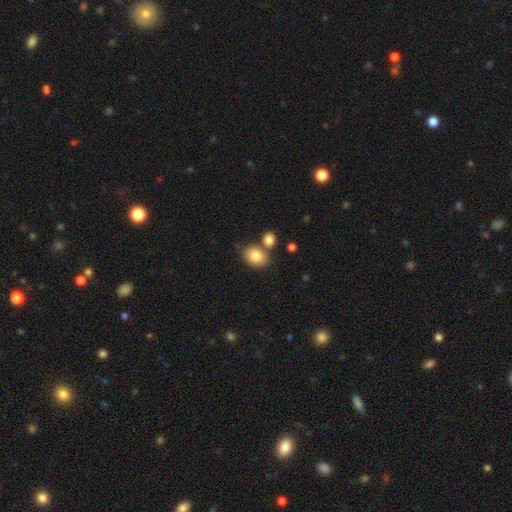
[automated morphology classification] smooth-or-featured: smooth: 83% | featured or disk: 9% | star or artifact: 9%
  how-rounded: in between: 62% | round: 37% | cigar-shaped: 1%
  merging: none: 63% | merger: 23% | minor disturbance: 11% | major disturbance: 3%